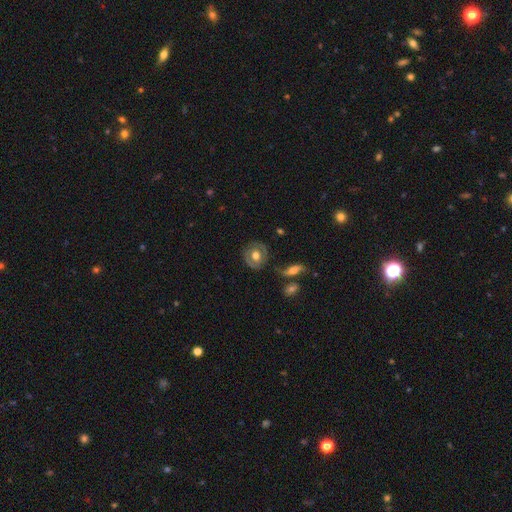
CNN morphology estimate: Smooth or featured?
  - featured or disk: 49% *
  - smooth: 44%
  - star or artifact: 7%
Merging?
  - none: 78% *
  - minor disturbance: 13%
  - major disturbance: 5%
  - merger: 3%